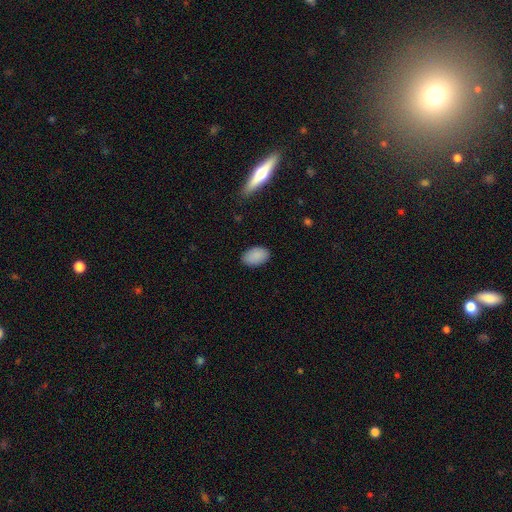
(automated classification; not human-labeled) smooth-or-featured: smooth: 89% | star or artifact: 7% | featured or disk: 4%
  how-rounded: in between: 91% | round: 8% | cigar-shaped: 1%
  merging: none: 86% | minor disturbance: 11% | major disturbance: 2% | merger: 1%